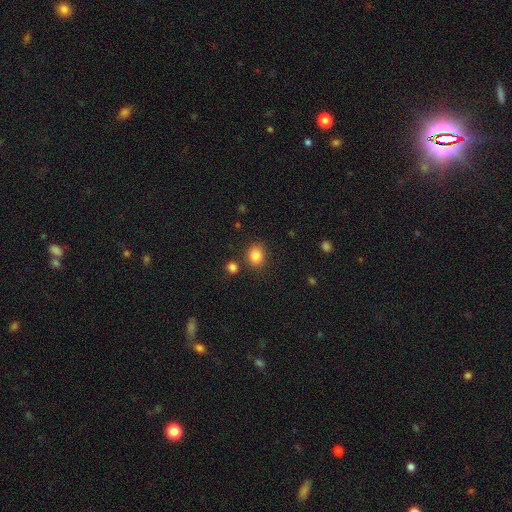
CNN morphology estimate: type=smooth (85%); roundness=round (67%); merging=none (79%).